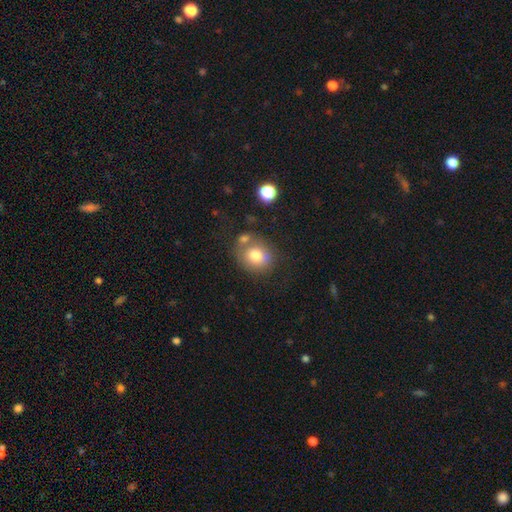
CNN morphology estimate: Q: Smooth or featured?
A: smooth (77%); runner-up: featured or disk (13%)
Q: How rounded?
A: round (69%); runner-up: in between (30%)
Q: Merging?
A: none (55%); runner-up: merger (21%)